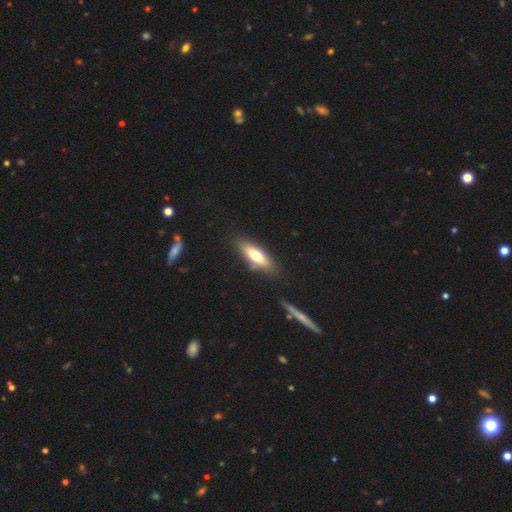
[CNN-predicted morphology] A smooth galaxy with no disk features (64%) that is in between round and cigar-shaped (58%). Merging: none (81%).